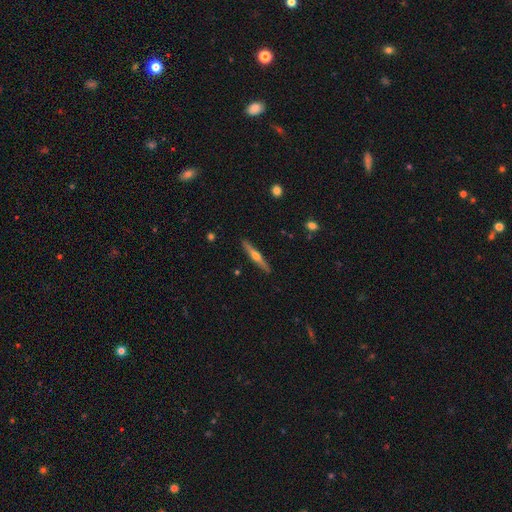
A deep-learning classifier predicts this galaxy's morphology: The model was most divided on "smooth or featured": featured or disk: 67%, smooth: 28%, star or artifact: 6%. More confident: edge-on disk — yes (97%); merging — none (90%); edge-on bulge — rounded (90%).